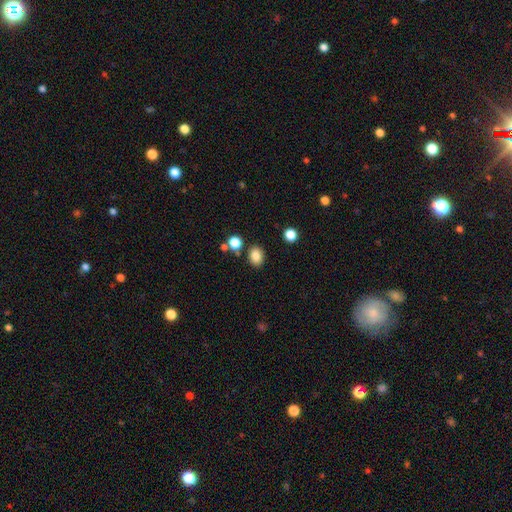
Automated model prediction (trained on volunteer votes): smooth-or-featured: smooth: 84% | star or artifact: 11% | featured or disk: 5%
  how-rounded: in between: 55% | round: 44% | cigar-shaped: 1%
  merging: none: 82% | minor disturbance: 9% | merger: 6% | major disturbance: 3%